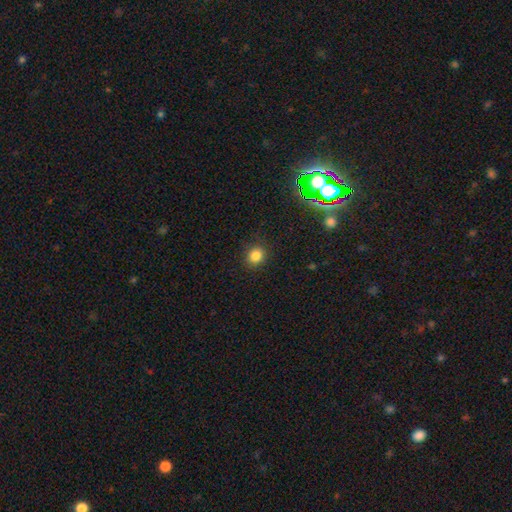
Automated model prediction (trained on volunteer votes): Morphology: type=smooth (83%); roundness=round (79%); merging=none (89%).